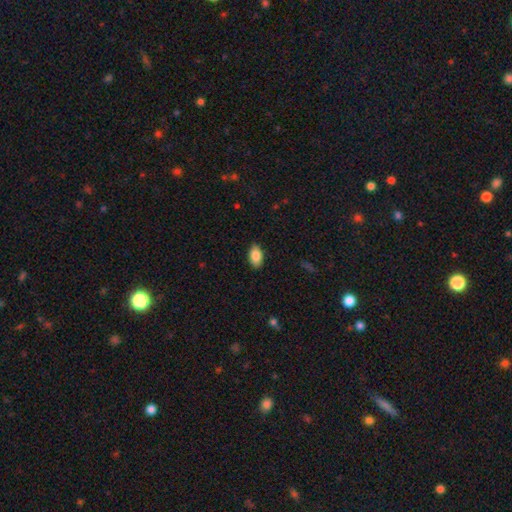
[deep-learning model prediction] A smooth galaxy with no disk features (87%) that is in between round and cigar-shaped (93%).

Vote fractions:
- Smooth or featured? smooth: 87% / star or artifact: 7% / featured or disk: 7%
- How rounded? in between: 93% / round: 5% / cigar-shaped: 2%
- Merging? none: 88% / minor disturbance: 9% / major disturbance: 2% / merger: 1%